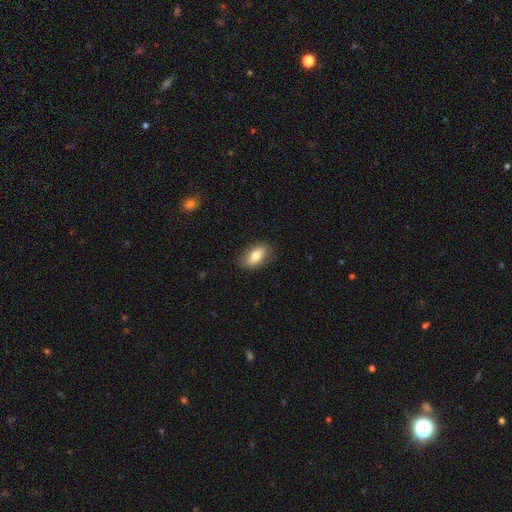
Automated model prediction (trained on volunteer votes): smooth_or_featured: smooth (p=0.74) [alt: featured or disk p=0.18]
how_rounded: in between (p=0.88) [alt: round p=0.07]
merging: none (p=0.83) [alt: minor disturbance p=0.13]